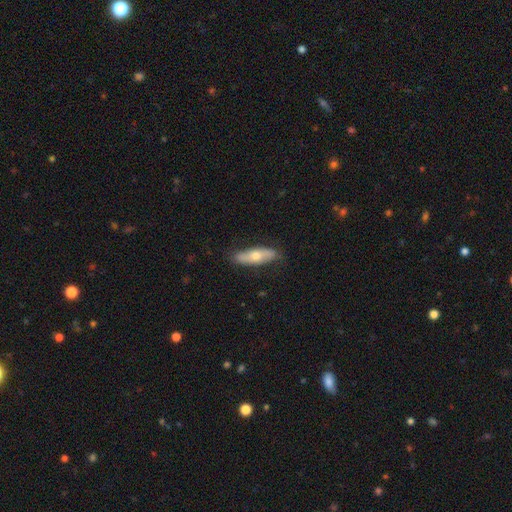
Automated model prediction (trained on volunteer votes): smooth-or-featured: smooth: 55% | featured or disk: 39% | star or artifact: 6%
  how-rounded: in between: 49% | cigar-shaped: 48% | round: 3%
  merging: none: 82% | minor disturbance: 14% | major disturbance: 3% | merger: 1%